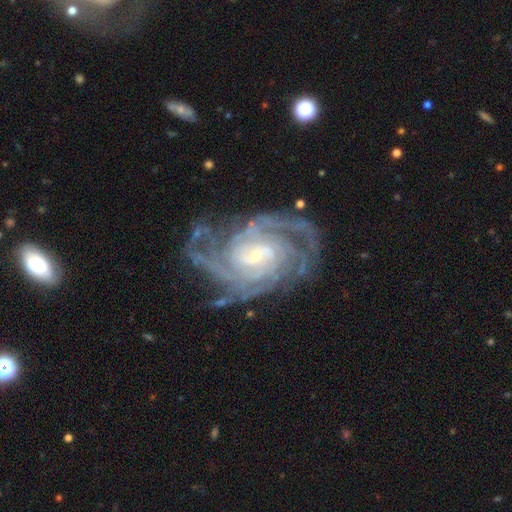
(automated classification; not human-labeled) A featured or disk galaxy (92%) with a weak bar (43%), 4 (26%) tight (66%) spiral arms (98%) and a small central bulge (71%).

Vote fractions:
- Smooth or featured? featured or disk: 92% / star or artifact: 5% / smooth: 3%
- Edge-on disk? no: 97% / yes: 3%
- Bar? weak: 43% / no: 42% / strong: 16%
- Spiral arms? yes: 98% / no: 2%
- Spiral winding? tight: 66% / medium: 29% / loose: 5%
- Spiral arm count? 4: 26% / can't tell: 21% / 3: 18% / 2: 14% / more than 4: 14% / 1: 8%
- Bulge size? small: 71% / moderate: 24% / large: 2% / none: 2% / dominant: 1%
- Merging? none: 69% / minor disturbance: 18% / major disturbance: 11% / merger: 2%